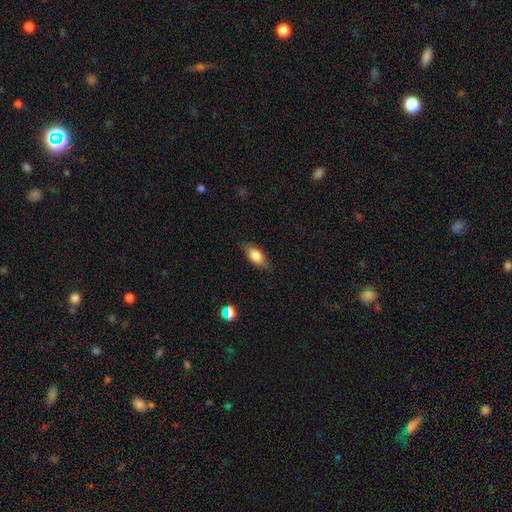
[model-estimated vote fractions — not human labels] Q: Smooth or featured?
A: smooth (80%); runner-up: featured or disk (12%)
Q: How rounded?
A: in between (83%); runner-up: cigar-shaped (13%)
Q: Merging?
A: none (81%); runner-up: minor disturbance (15%)